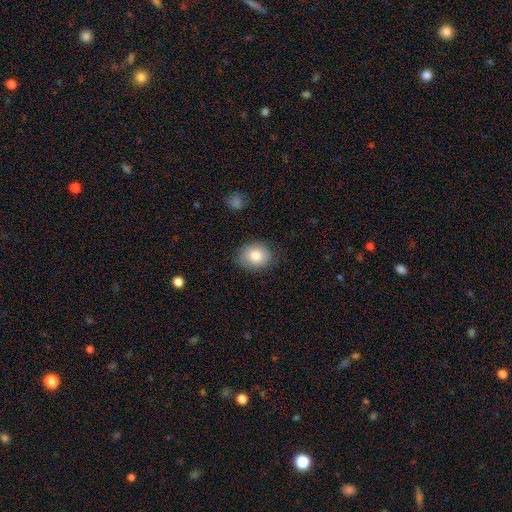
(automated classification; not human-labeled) smooth_or_featured: smooth (p=0.82) [alt: featured or disk p=0.10]
how_rounded: round (p=0.56) [alt: in between p=0.43]
merging: none (p=0.82) [alt: minor disturbance p=0.14]